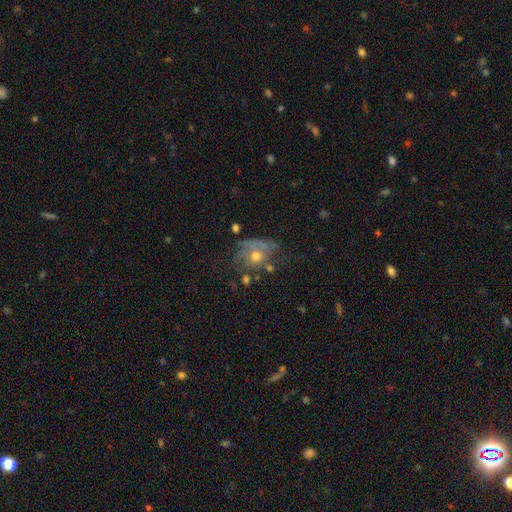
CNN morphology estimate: Overall: featured or disk (48%; smooth 40%). Merging: none (35%; major disturbance 31%).